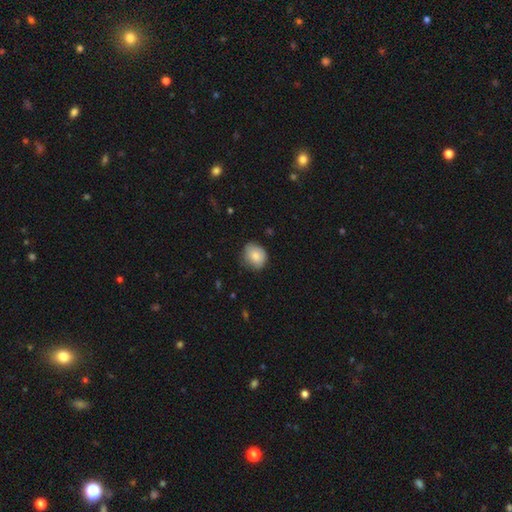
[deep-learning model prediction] Smooth or featured: smooth — 81% (featured or disk — 12%)
How rounded: round — 69% (in between — 31%)
Merging: none — 70% (minor disturbance — 24%)